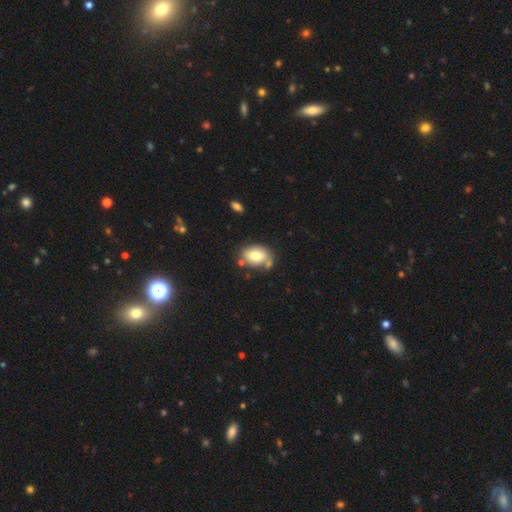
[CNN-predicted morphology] Smooth or featured? Predicted: smooth (p=0.76). How rounded? Predicted: in between (p=0.78). Merging? Predicted: none (p=0.64).